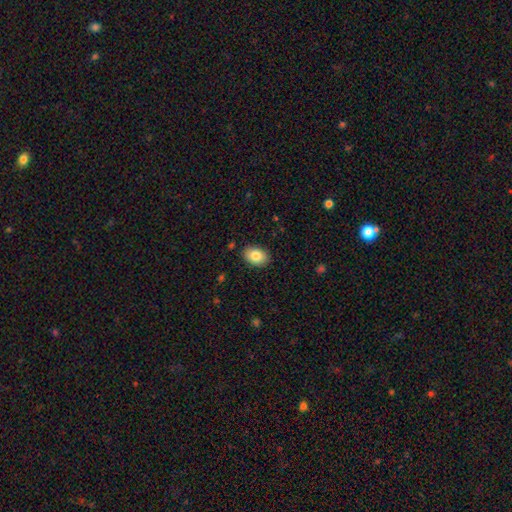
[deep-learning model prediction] Smooth or featured? smooth (85%)
How rounded? in between (83%)
Merging? none (88%)